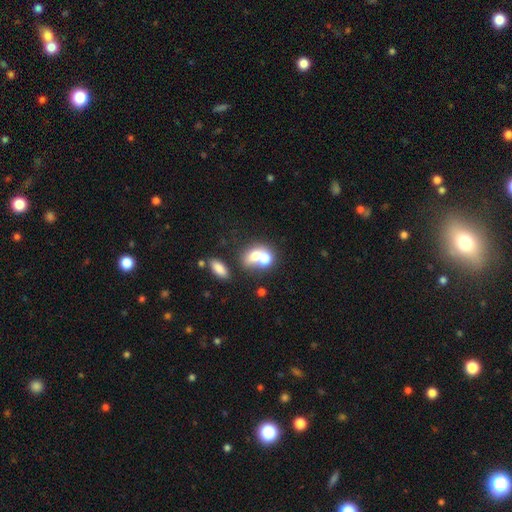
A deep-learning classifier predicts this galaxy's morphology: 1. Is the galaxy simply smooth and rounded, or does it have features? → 68% smooth, 20% featured or disk, 13% star or artifact.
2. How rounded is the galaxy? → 50% round, 48% in between, 2% cigar-shaped.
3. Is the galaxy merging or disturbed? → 61% merger, 27% none, 7% minor disturbance, 5% major disturbance.